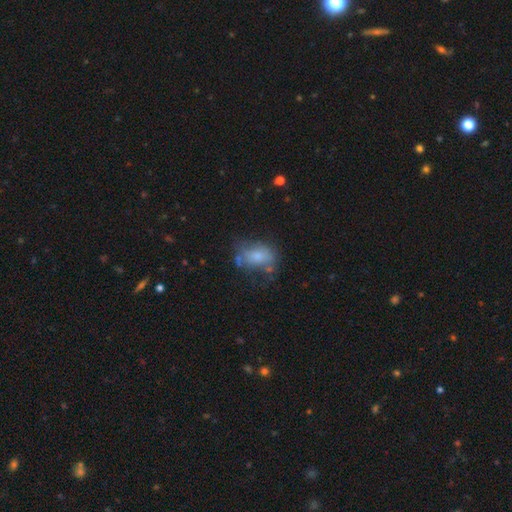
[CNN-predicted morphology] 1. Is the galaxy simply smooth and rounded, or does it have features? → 61% smooth, 29% featured or disk, 10% star or artifact.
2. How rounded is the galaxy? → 79% in between, 18% round, 2% cigar-shaped.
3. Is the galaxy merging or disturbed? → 44% none, 28% minor disturbance, 20% major disturbance, 8% merger.